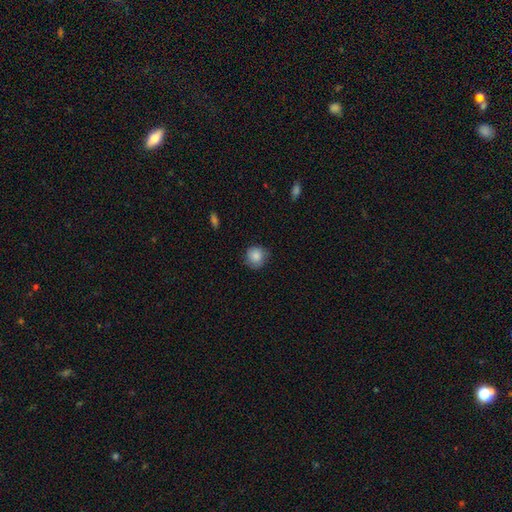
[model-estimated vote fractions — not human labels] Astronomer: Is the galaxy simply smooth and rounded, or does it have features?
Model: smooth — 85%.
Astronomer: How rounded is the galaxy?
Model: round — 90%.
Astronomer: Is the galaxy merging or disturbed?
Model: none — 79%.